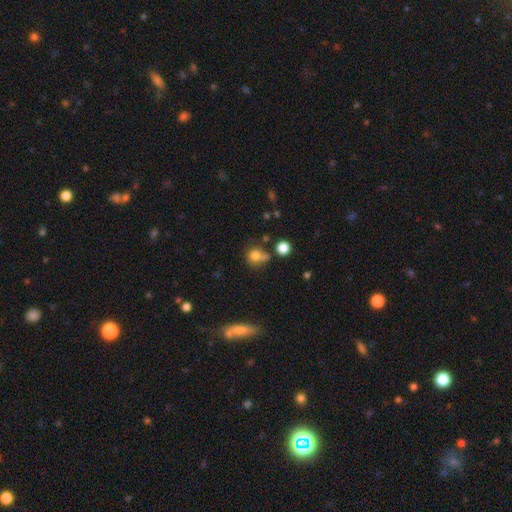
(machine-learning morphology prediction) Smooth or featured? smooth (77%)
How rounded? round (79%)
Merging? none (53%)